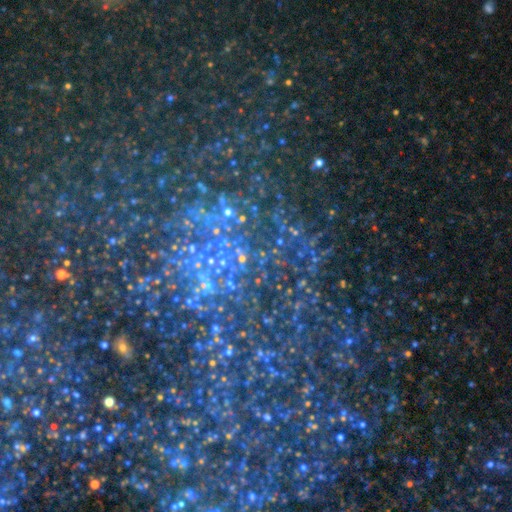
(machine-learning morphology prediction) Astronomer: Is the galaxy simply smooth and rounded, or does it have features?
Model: star or artifact — 83%.